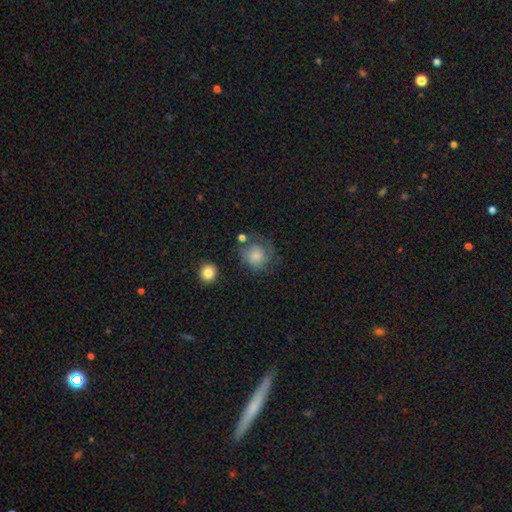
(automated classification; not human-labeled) The model was most divided on "merging": none: 48%, minor disturbance: 24%, major disturbance: 22%, merger: 5%. More confident: how rounded — round (80%); smooth or featured — smooth (65%).